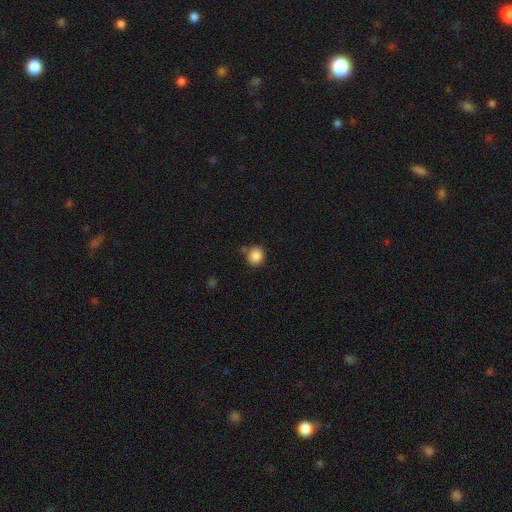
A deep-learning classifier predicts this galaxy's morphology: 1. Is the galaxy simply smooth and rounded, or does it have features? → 87% smooth, 9% star or artifact, 3% featured or disk.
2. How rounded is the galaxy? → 86% round, 13% in between, 1% cigar-shaped.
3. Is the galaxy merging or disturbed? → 77% none, 13% minor disturbance, 6% merger, 3% major disturbance.